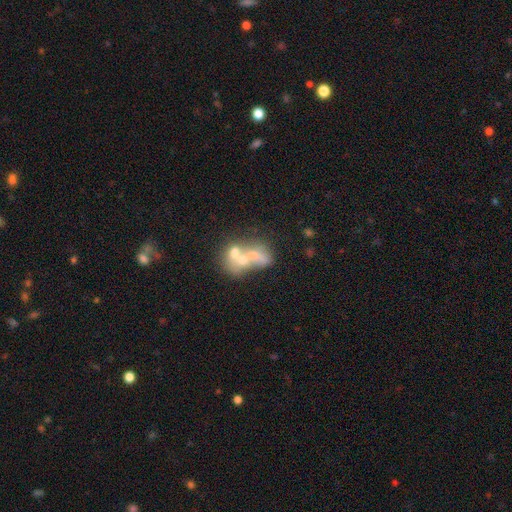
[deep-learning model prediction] Smooth or featured? Predicted: smooth (p=0.44). Merging? Predicted: merger (p=0.66).